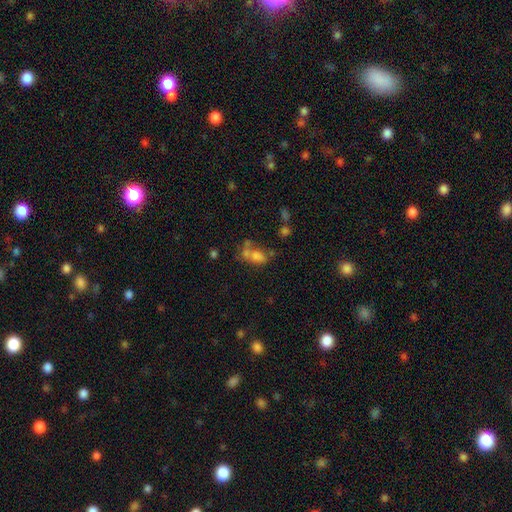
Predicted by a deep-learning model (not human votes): This is likely a smooth galaxy (61%). How rounded: likely in between (73%). Merging: marginally merger (39%).